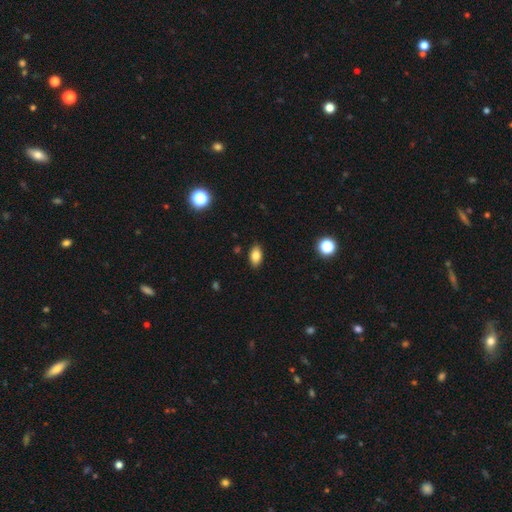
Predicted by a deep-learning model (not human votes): Smooth or featured? smooth (84%)
How rounded? in between (90%)
Merging? none (88%)